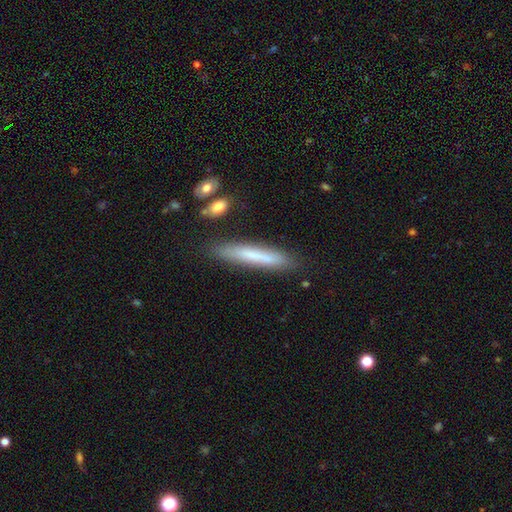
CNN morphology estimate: Overall: smooth (63%; featured or disk 30%). How rounded: cigar-shaped (93%). Merging: none (82%).